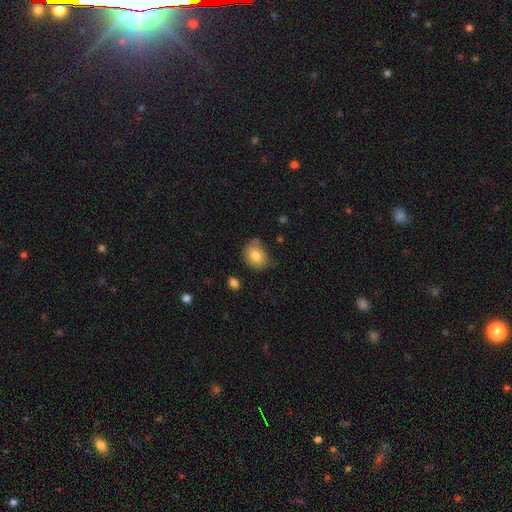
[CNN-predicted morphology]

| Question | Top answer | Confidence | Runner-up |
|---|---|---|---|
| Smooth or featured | smooth | 80% | featured or disk (12%) |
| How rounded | round | 51% | in between (48%) |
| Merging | none | 63% | minor disturbance (27%) |